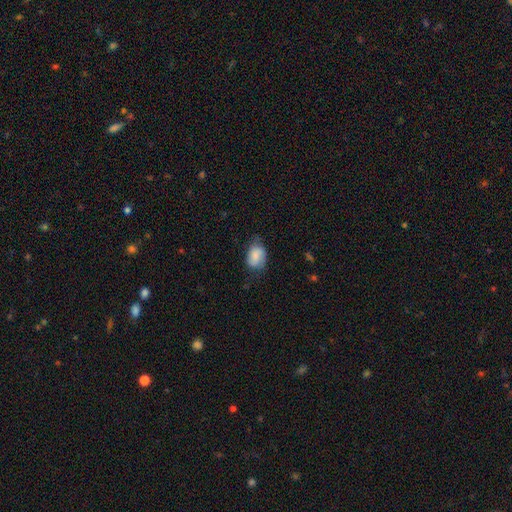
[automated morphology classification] This is likely a smooth galaxy (78%). How rounded: likely in between (72%). Merging: possibly none (55%).